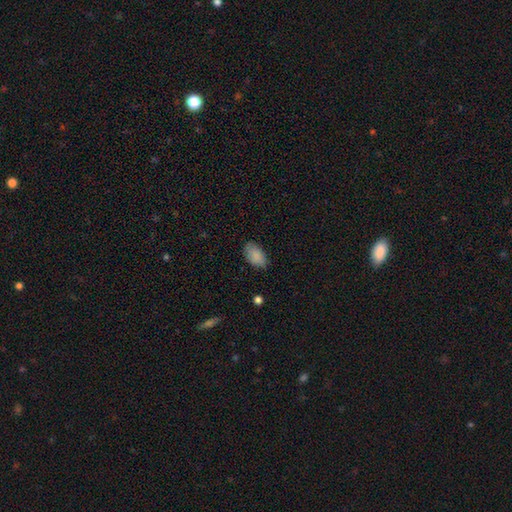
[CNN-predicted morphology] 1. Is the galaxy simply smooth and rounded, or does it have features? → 88% smooth, 7% star or artifact, 5% featured or disk.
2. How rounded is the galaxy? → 93% in between, 5% round, 2% cigar-shaped.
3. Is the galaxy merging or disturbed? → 78% none, 18% minor disturbance, 3% major disturbance, 1% merger.